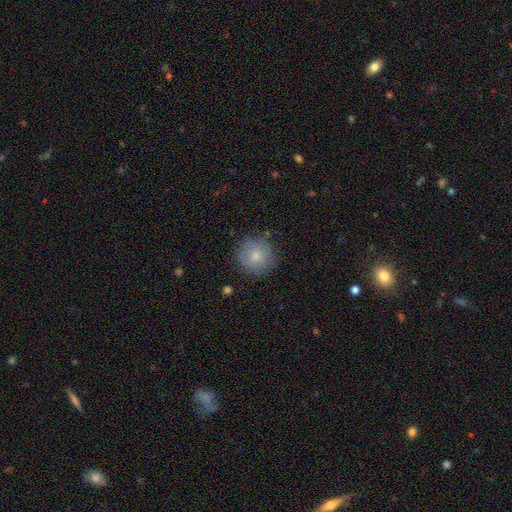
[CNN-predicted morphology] type=smooth (77%); roundness=round (94%); merging=none (81%).